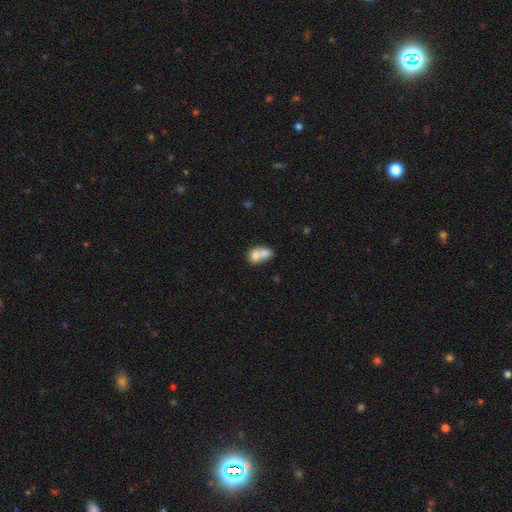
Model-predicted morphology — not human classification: The model was most divided on "how rounded": in between: 56%, round: 42%, cigar-shaped: 2%. More confident: merging — merger (73%); smooth or featured — smooth (69%).